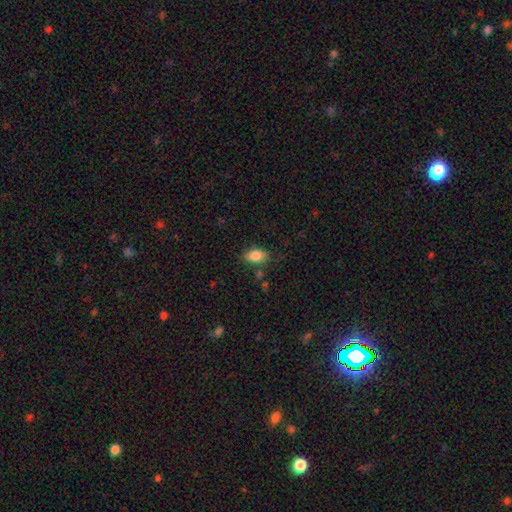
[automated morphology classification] smooth-or-featured: smooth: 85% | star or artifact: 8% | featured or disk: 7%
  how-rounded: in between: 89% | round: 9% | cigar-shaped: 2%
  merging: none: 79% | minor disturbance: 14% | major disturbance: 4% | merger: 3%